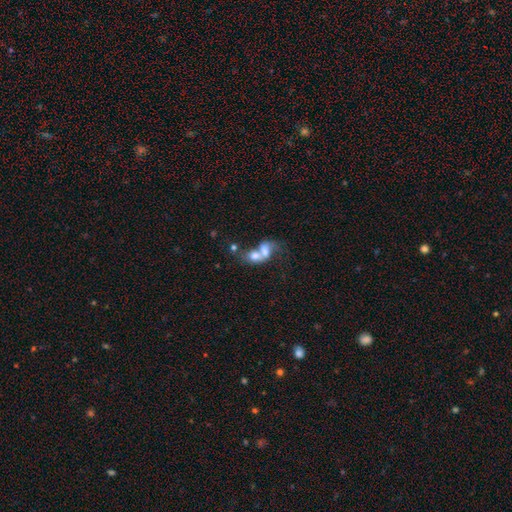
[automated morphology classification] smooth_or_featured: smooth (p=0.60) [alt: featured or disk p=0.30]
how_rounded: in between (p=0.60) [alt: round p=0.38]
merging: merger (p=0.79) [alt: none p=0.10]